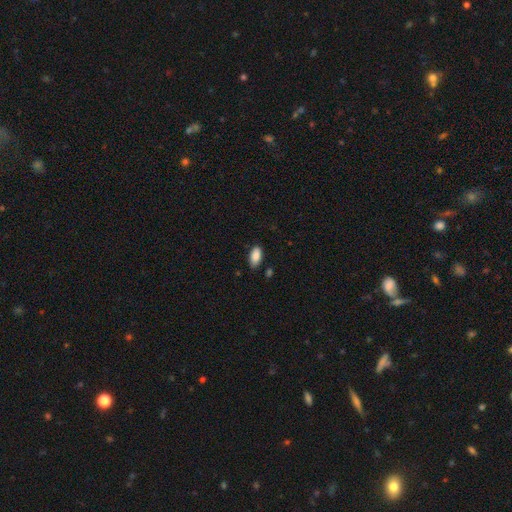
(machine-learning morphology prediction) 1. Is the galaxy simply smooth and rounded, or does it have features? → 88% smooth, 7% star or artifact, 5% featured or disk.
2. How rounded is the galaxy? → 93% in between, 4% cigar-shaped, 3% round.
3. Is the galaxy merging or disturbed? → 81% none, 15% minor disturbance, 2% major disturbance, 2% merger.